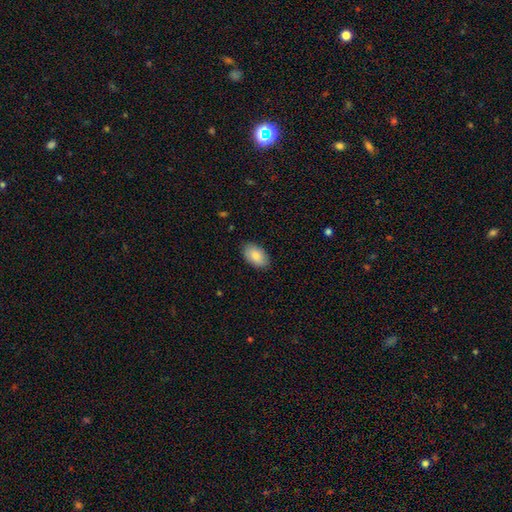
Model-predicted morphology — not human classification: This appears to be a smooth galaxy with no disk features (85%) that is in between round and cigar-shaped (93%). Merging: none (87%).